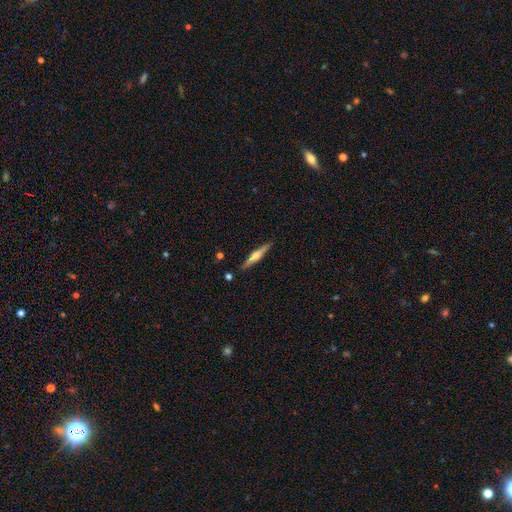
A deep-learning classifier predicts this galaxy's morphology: Smooth or featured? featured or disk (65%)
Edge-on disk? yes (97%)
Edge-on bulge? rounded (90%)
Merging? none (90%)